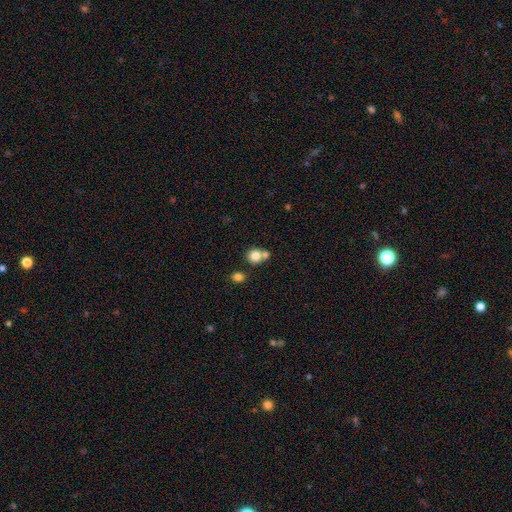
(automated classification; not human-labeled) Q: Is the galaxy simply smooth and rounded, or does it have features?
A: smooth — 81%.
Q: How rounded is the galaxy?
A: round — 85%.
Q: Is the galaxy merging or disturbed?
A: none — 53%.